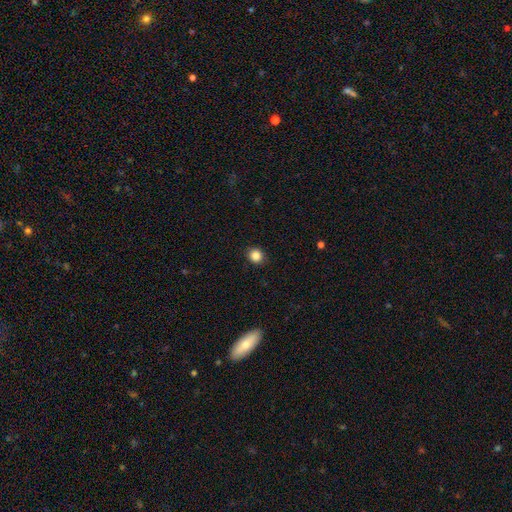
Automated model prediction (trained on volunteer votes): This is clearly a smooth galaxy (86%). How rounded: clearly round (87%). Merging: clearly none (91%).